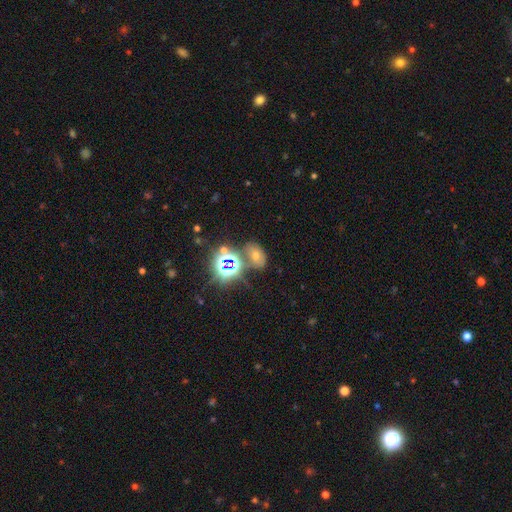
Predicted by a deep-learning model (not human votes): smooth-or-featured: star or artifact: 48% | smooth: 35% | featured or disk: 17%